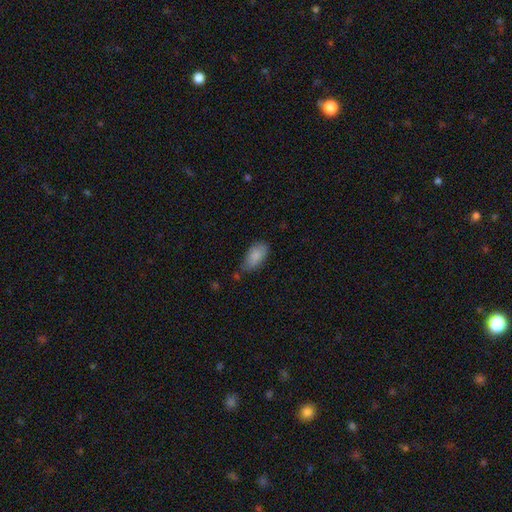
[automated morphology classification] This is clearly a smooth galaxy (86%). How rounded: clearly in between (92%). Merging: likely none (63%).